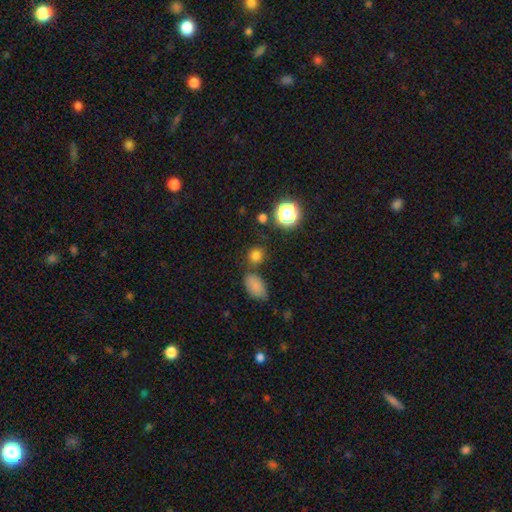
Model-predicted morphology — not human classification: This is likely a smooth galaxy (76%). How rounded: likely round (77%). Merging: likely none (74%).